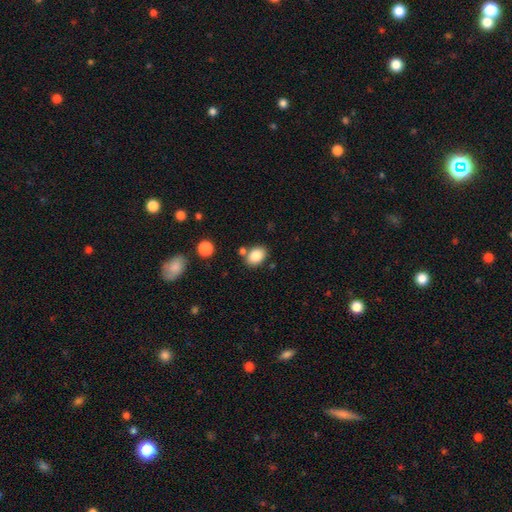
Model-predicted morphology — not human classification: The model was most divided on "how rounded": in between: 74%, round: 25%, cigar-shaped: 1%. More confident: smooth or featured — smooth (84%); merging — none (75%).